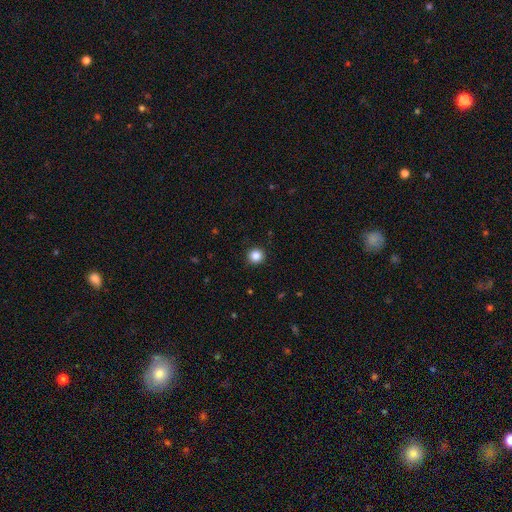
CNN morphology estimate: This is clearly a smooth galaxy (85%). How rounded: clearly round (95%). Merging: clearly none (93%).